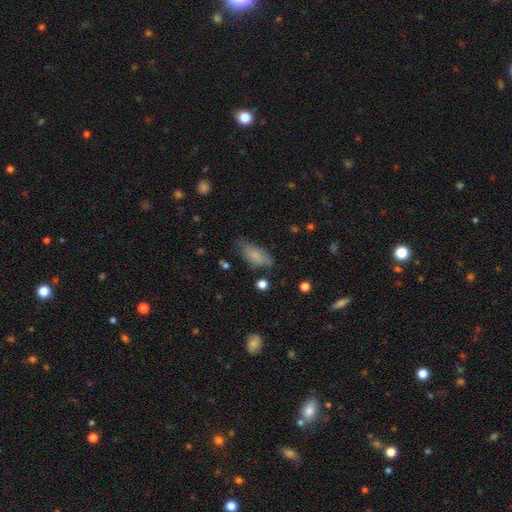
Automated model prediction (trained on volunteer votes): smooth_or_featured: smooth (p=0.75) [alt: featured or disk p=0.16]
how_rounded: in between (p=0.81) [alt: cigar-shaped p=0.16]
merging: none (p=0.58) [alt: minor disturbance p=0.29]